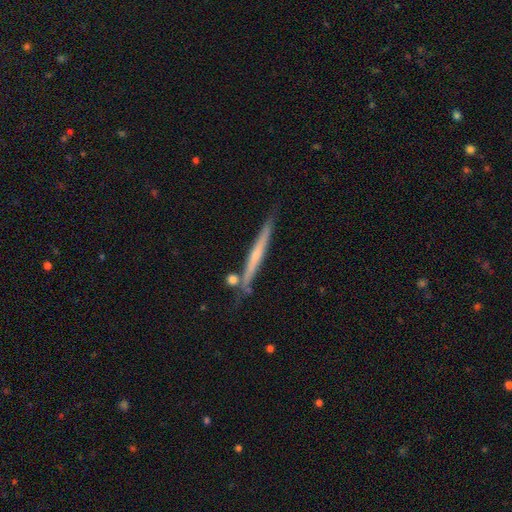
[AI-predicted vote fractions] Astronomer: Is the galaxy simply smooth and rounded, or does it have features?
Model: featured or disk — 60%.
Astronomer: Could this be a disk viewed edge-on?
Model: yes — 97%.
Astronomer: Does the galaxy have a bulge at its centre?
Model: none — 58% (runner-up: rounded, 35%).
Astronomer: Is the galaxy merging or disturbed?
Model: none — 78%.